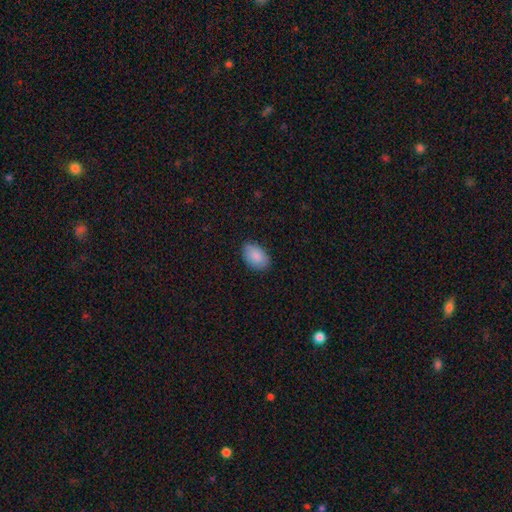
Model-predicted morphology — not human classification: A smooth galaxy with no disk features (88%) that is in between round and cigar-shaped (91%).

Vote fractions:
- Smooth or featured? smooth: 88% / star or artifact: 6% / featured or disk: 6%
- How rounded? in between: 91% / round: 8% / cigar-shaped: 1%
- Merging? none: 84% / minor disturbance: 13% / major disturbance: 2% / merger: 1%